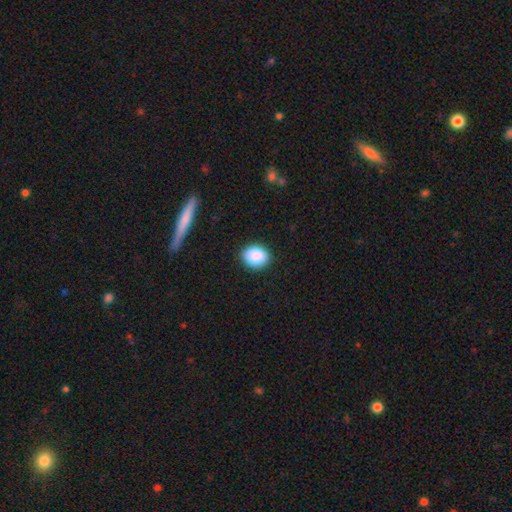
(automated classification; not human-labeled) smooth 88%, star or artifact 8%, featured or disk 4%. Down the decision tree: how rounded — round (54%); merging — none (88%).